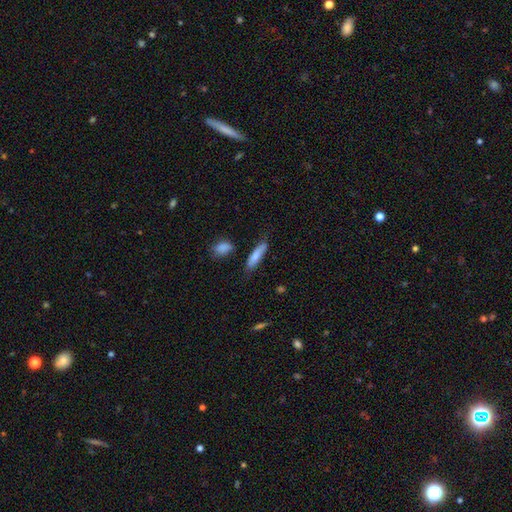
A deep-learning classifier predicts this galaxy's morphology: The model was most divided on "how rounded": cigar-shaped: 70%, in between: 28%, round: 2%. More confident: smooth or featured — smooth (80%); merging — none (73%).